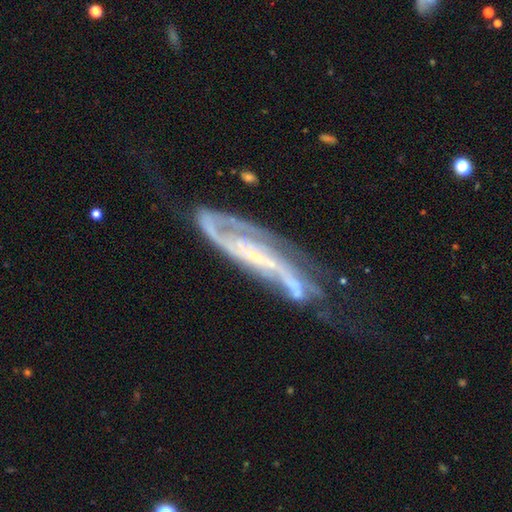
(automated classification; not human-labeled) A featured or disk galaxy (87%) with a strong bar (36%), 2 (70%) medium (44%) spiral arms (95%) and a small central bulge (58%).

Vote fractions:
- Smooth or featured? featured or disk: 87% / smooth: 7% / star or artifact: 6%
- Edge-on disk? no: 80% / yes: 20%
- Bar? strong: 36% / no: 33% / weak: 31%
- Spiral arms? yes: 95% / no: 5%
- Spiral winding? medium: 44% / tight: 34% / loose: 21%
- Spiral arm count? 2: 70% / can't tell: 12% / 3: 8% / 1: 6% / 4: 3% / more than 4: 2%
- Bulge size? small: 58% / none: 21% / moderate: 18% / large: 3% / dominant: 1%
- Merging? none: 44% / major disturbance: 26% / minor disturbance: 23% / merger: 7%